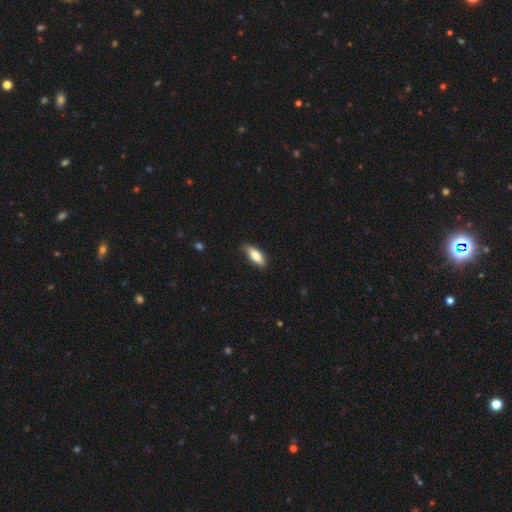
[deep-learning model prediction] smooth-or-featured: smooth: 75% | featured or disk: 19% | star or artifact: 6%
  how-rounded: in between: 65% | cigar-shaped: 33% | round: 2%
  merging: none: 84% | minor disturbance: 12% | major disturbance: 2% | merger: 1%